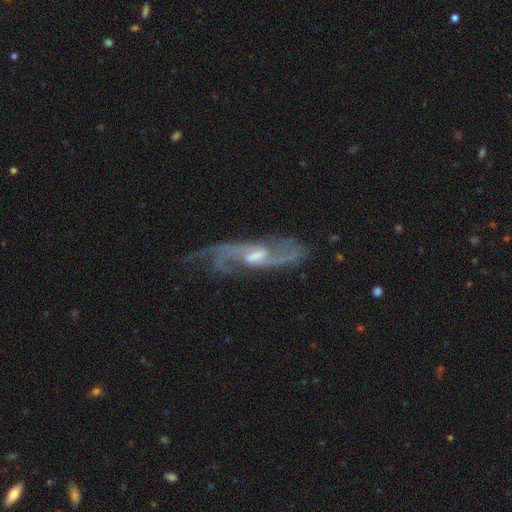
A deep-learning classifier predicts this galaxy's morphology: Smooth or featured: featured or disk — 88% (star or artifact — 6%)
Edge-on disk: no — 87% (yes — 13%)
Bar: weak — 43% (tied with no — 43%)
Spiral arms: yes — 97% (no — 3%)
Spiral winding: medium — 47% (loose — 31%)
Spiral arm count: 2 — 57% (3 — 15%)
Bulge size: moderate — 56% (small — 35%)
Merging: none — 69% (minor disturbance — 19%)